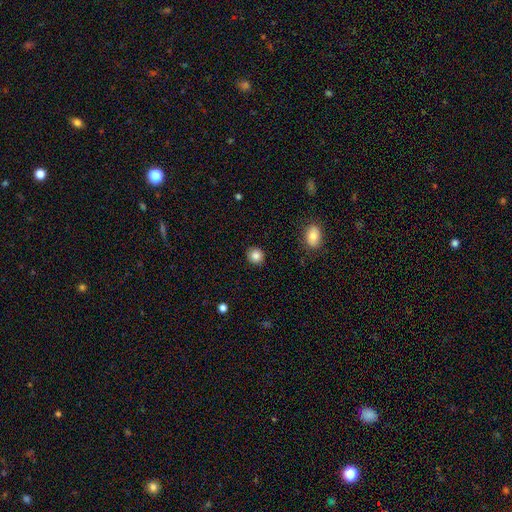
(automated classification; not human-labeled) smooth 85%, star or artifact 10%, featured or disk 6%. Down the decision tree: how rounded — round (86%); merging — none (90%).